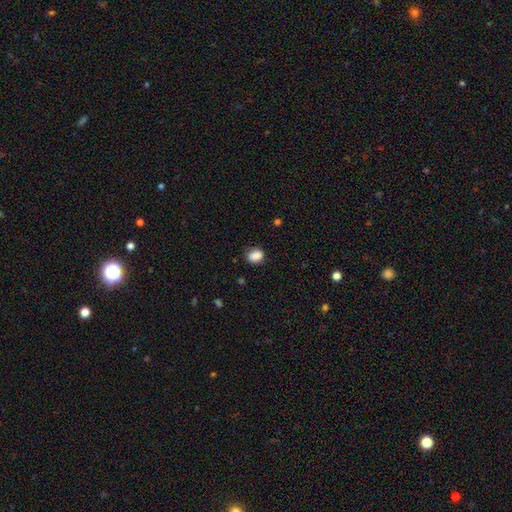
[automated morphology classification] Smooth or featured? Predicted: smooth (p=0.87). How rounded? Predicted: in between (p=0.60). Merging? Predicted: none (p=0.76).